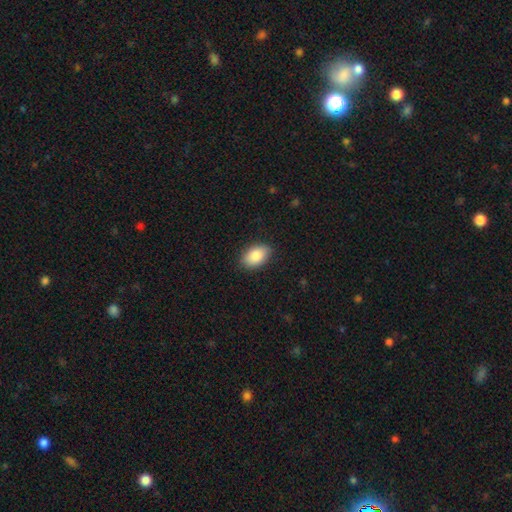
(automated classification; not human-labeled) Smooth or featured?
  - smooth: 88% *
  - star or artifact: 7%
  - featured or disk: 6%
How rounded?
  - in between: 91% *
  - round: 7%
  - cigar-shaped: 2%
Merging?
  - none: 86% *
  - minor disturbance: 10%
  - major disturbance: 2%
  - merger: 1%